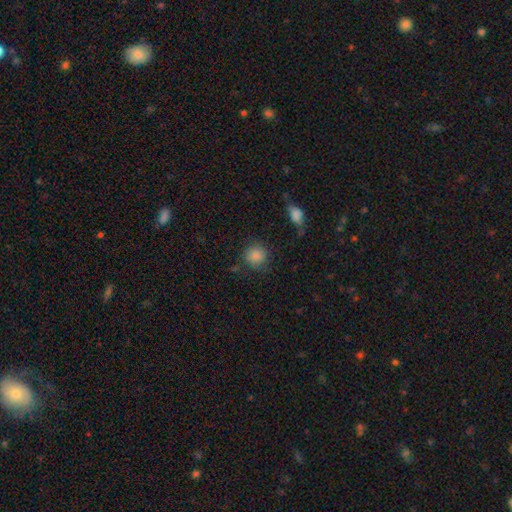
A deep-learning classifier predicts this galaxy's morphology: Smooth or featured? Predicted: smooth (p=0.84). How rounded? Predicted: round (p=0.89). Merging? Predicted: none (p=0.80).